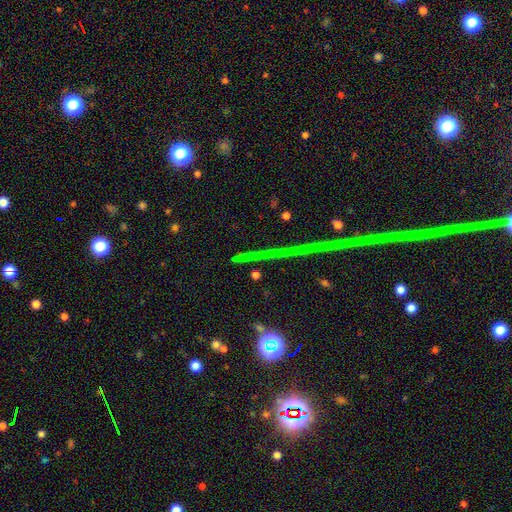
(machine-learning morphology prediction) star or artifact 75%, featured or disk 13%, smooth 12%.